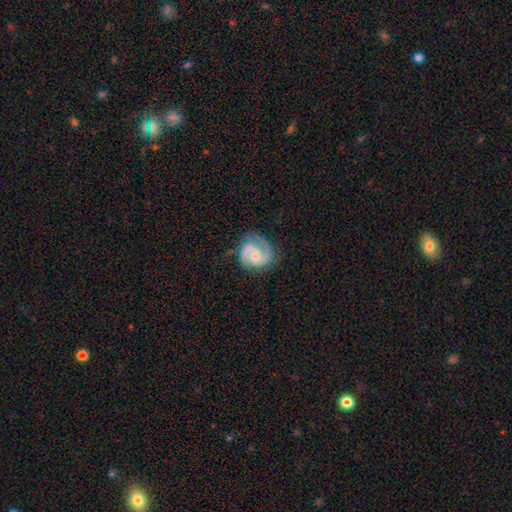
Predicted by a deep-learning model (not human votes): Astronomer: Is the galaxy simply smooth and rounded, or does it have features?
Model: featured or disk — 87%.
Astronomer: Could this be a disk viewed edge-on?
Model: no — 98%.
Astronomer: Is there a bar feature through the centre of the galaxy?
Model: no — 57% (runner-up: weak, 37%).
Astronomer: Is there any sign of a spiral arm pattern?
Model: yes — 98%.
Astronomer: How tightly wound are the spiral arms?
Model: medium — 53% (runner-up: tight, 35%).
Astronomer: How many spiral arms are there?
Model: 2 — 89%.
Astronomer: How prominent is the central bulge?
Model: small — 50% (runner-up: moderate, 40%).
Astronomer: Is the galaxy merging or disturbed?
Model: none — 75%.